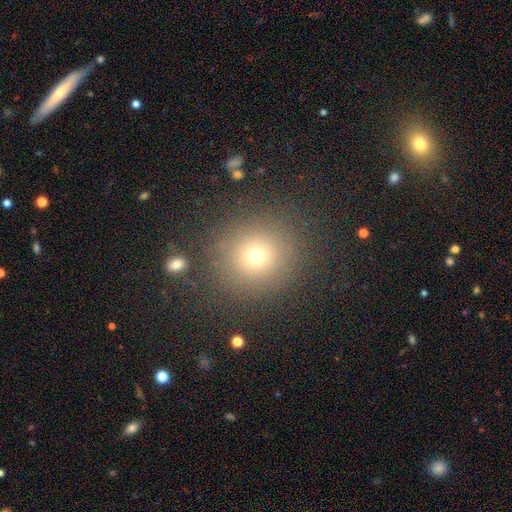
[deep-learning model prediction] smooth-or-featured: smooth: 68% | star or artifact: 22% | featured or disk: 10%
  how-rounded: round: 92% | in between: 7% | cigar-shaped: 1%
  merging: none: 88% | minor disturbance: 7% | major disturbance: 4% | merger: 2%